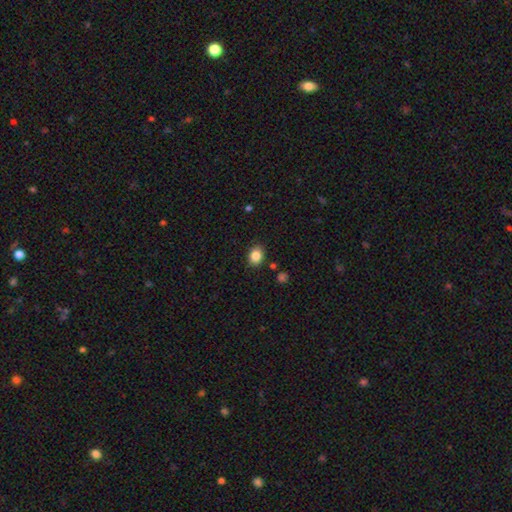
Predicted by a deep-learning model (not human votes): smooth-or-featured: smooth: 86% | star or artifact: 9% | featured or disk: 5%
  how-rounded: in between: 60% | round: 39% | cigar-shaped: 1%
  merging: none: 86% | minor disturbance: 9% | merger: 2% | major disturbance: 2%